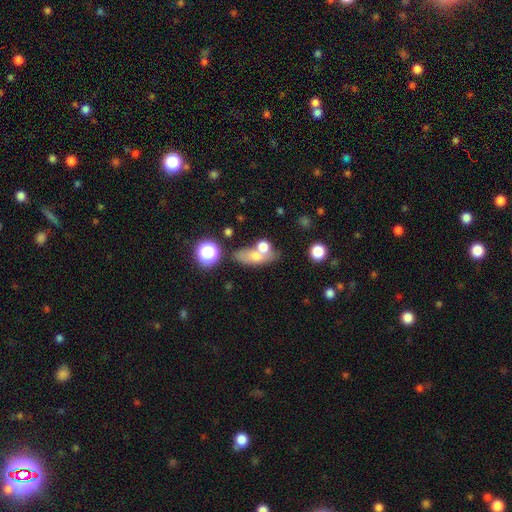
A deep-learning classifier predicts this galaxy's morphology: smooth 64%, featured or disk 22%, star or artifact 13%. Down the decision tree: how rounded — in between (67%); merging — none (48%).